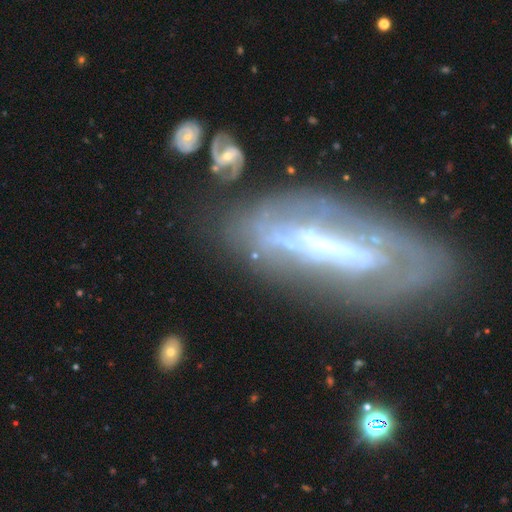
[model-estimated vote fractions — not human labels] Smooth or featured? featured or disk (58%)
Edge-on disk? no (67%)
Merging? none (50%)